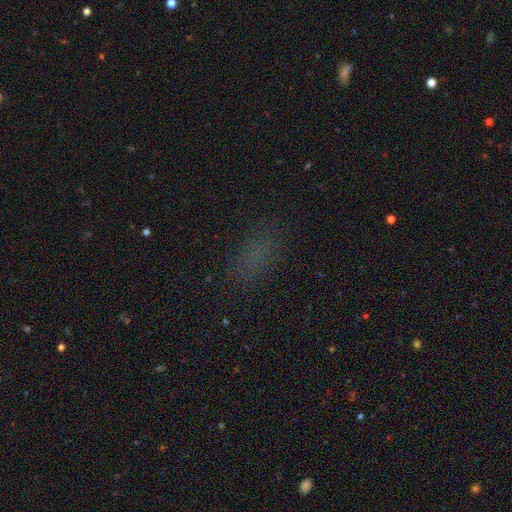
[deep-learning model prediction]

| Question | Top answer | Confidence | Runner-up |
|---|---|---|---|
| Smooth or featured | smooth | 66% | star or artifact (26%) |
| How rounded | in between | 80% | cigar-shaped (12%) |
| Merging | none | 82% | minor disturbance (12%) |